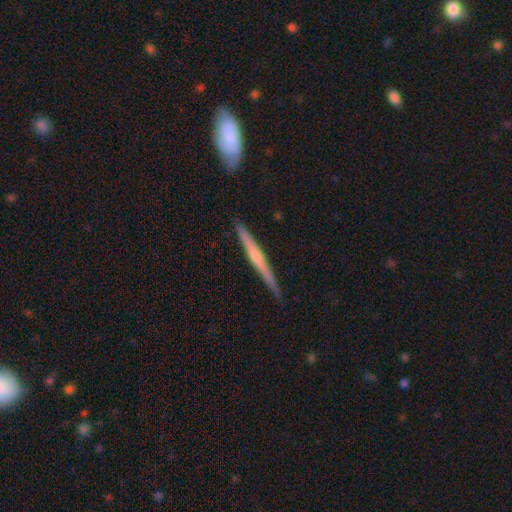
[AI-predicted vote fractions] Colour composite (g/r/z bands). It shows a featured or disk galaxy (69%) viewed edge-on (97%) with a rounded central bulge (65%). Merging: none (88%).